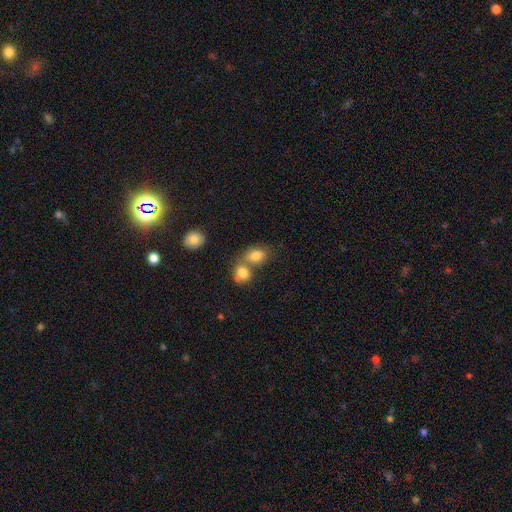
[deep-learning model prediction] Smooth or featured?
  - smooth: 81% *
  - star or artifact: 10%
  - featured or disk: 9%
How rounded?
  - in between: 66% *
  - round: 32%
  - cigar-shaped: 2%
Merging?
  - merger: 47% *
  - none: 40%
  - minor disturbance: 10%
  - major disturbance: 4%